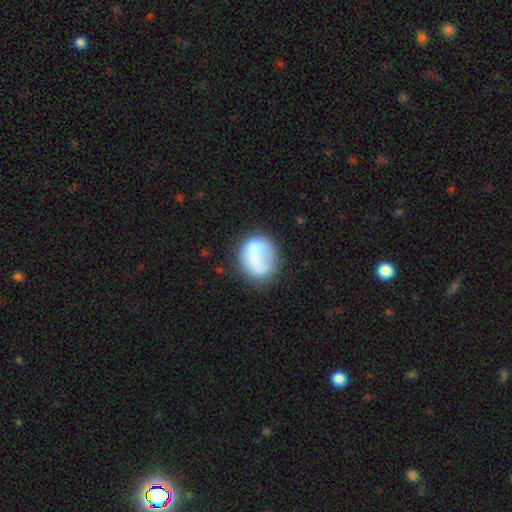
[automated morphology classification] The model was most divided on "merging": none: 50%, minor disturbance: 23%, major disturbance: 15%, merger: 12%. More confident: smooth or featured — smooth (67%); how rounded — round (66%).